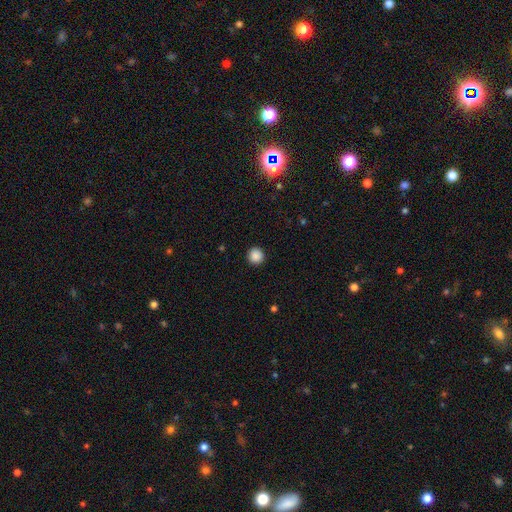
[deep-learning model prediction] Smooth or featured?
  - smooth: 88% *
  - star or artifact: 10%
  - featured or disk: 2%
How rounded?
  - round: 96% *
  - in between: 3%
  - cigar-shaped: 1%
Merging?
  - none: 93% *
  - minor disturbance: 4%
  - major disturbance: 2%
  - merger: 1%